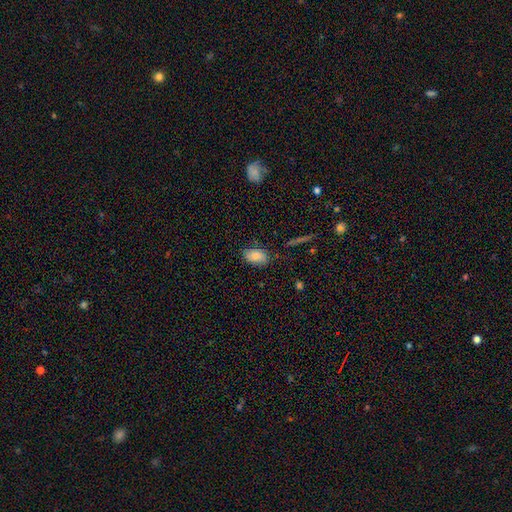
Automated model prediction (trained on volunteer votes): A smooth galaxy with no disk features (82%) that is in between round and cigar-shaped (90%).

Vote fractions:
- Smooth or featured? smooth: 82% / featured or disk: 10% / star or artifact: 8%
- How rounded? in between: 90% / round: 8% / cigar-shaped: 2%
- Merging? none: 77% / minor disturbance: 17% / major disturbance: 4% / merger: 2%